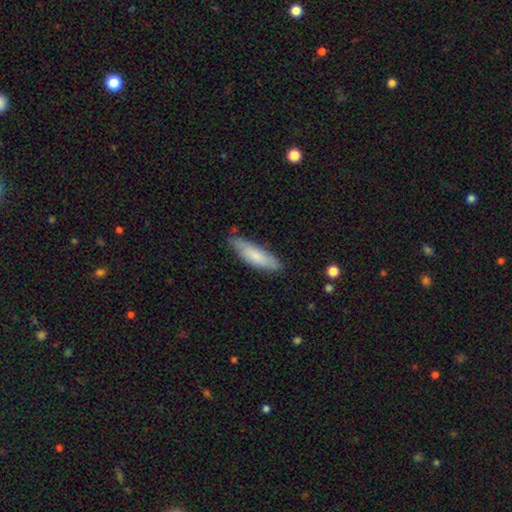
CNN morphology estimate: Smooth or featured? Predicted: smooth (p=0.78). How rounded? Predicted: cigar-shaped (p=0.60). Merging? Predicted: none (p=0.76).